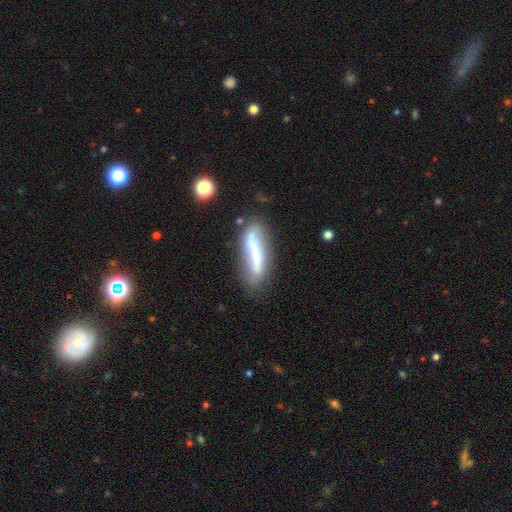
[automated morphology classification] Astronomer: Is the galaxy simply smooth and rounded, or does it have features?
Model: smooth — 46% (runner-up: featured or disk, 45%).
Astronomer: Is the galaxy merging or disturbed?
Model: none — 60%.